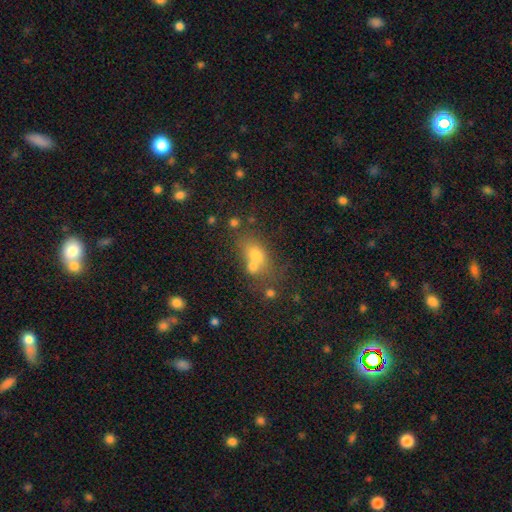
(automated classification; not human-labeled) A smooth galaxy with no disk features (66%) that is in between round and cigar-shaped (62%).

Vote fractions:
- Smooth or featured? smooth: 66% / featured or disk: 17% / star or artifact: 17%
- How rounded? in between: 62% / round: 34% / cigar-shaped: 4%
- Merging? merger: 45% / none: 36% / minor disturbance: 12% / major disturbance: 7%